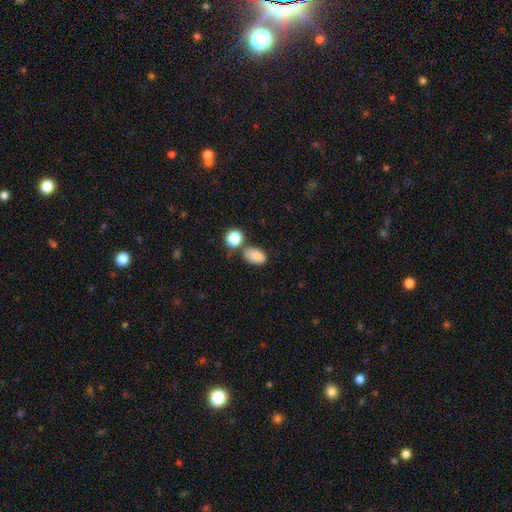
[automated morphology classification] Smooth or featured? smooth (83%)
How rounded? in between (86%)
Merging? none (61%)